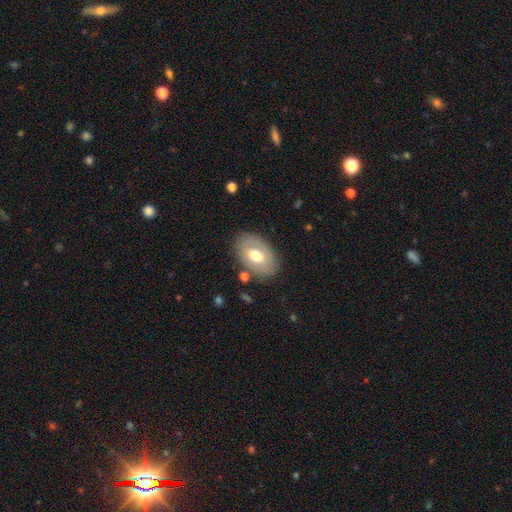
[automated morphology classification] Smooth or featured: smooth — 60% (featured or disk — 34%)
How rounded: in between — 88% (round — 11%)
Merging: none — 81% (minor disturbance — 12%)